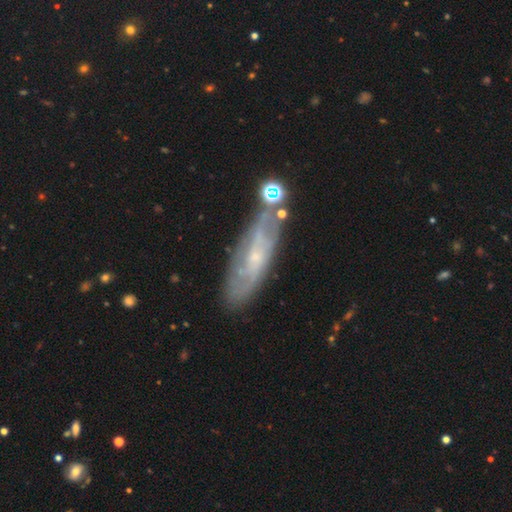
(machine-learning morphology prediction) A featured or disk galaxy (67%). Merging: none (69%).